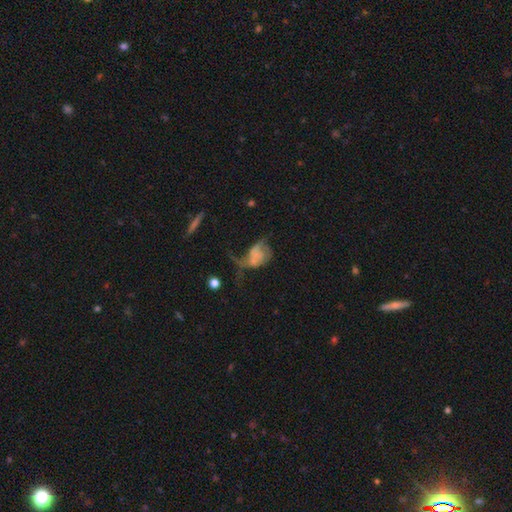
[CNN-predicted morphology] featured or disk 46%, smooth 42%, star or artifact 12%. Down the decision tree: merging — major disturbance (52%).